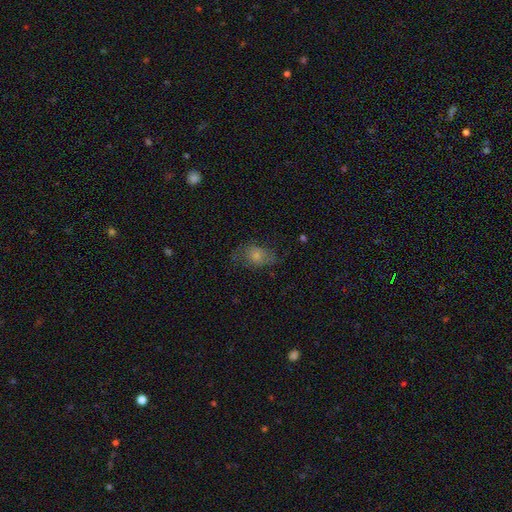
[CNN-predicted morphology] Q: Smooth or featured?
A: smooth (45%); runner-up: featured or disk (37%)
Q: Merging?
A: none (61%); runner-up: minor disturbance (22%)